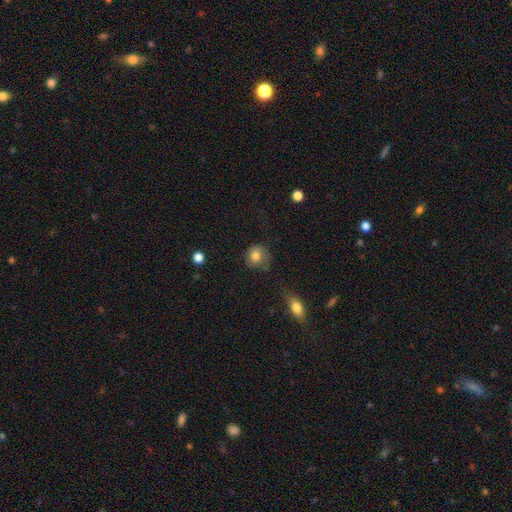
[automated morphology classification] Q: Smooth or featured?
A: smooth (78%); runner-up: featured or disk (12%)
Q: How rounded?
A: round (84%); runner-up: in between (15%)
Q: Merging?
A: none (66%); runner-up: minor disturbance (23%)